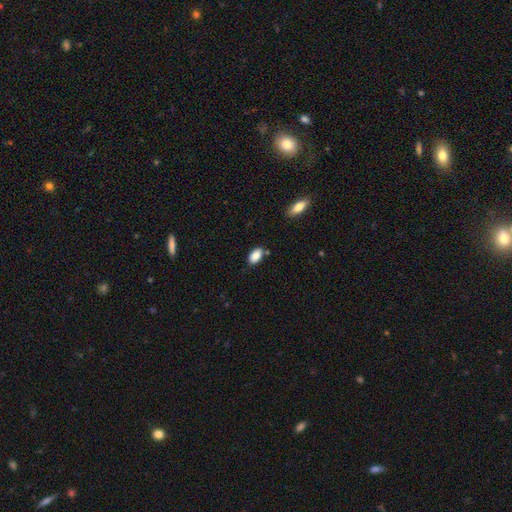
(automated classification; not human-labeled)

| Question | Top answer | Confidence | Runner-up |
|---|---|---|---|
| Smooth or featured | smooth | 86% | star or artifact (8%) |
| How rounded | in between | 92% | round (6%) |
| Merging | none | 79% | minor disturbance (13%) |